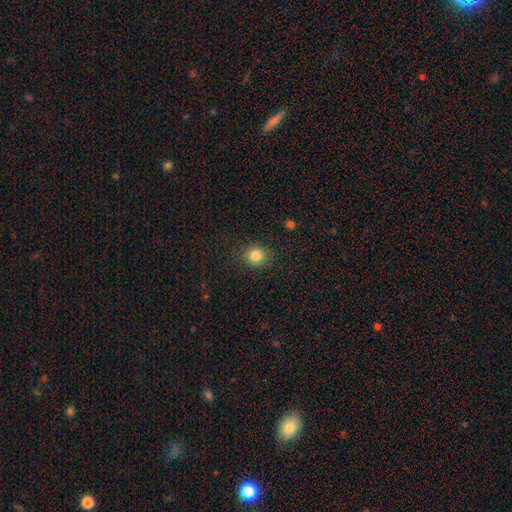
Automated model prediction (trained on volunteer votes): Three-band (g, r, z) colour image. It shows a smooth galaxy with no disk features (84%) that is round (82%). Merging: none (87%).